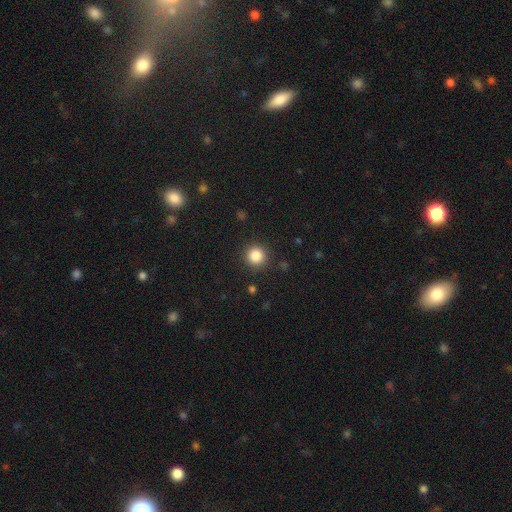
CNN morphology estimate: Smooth or featured: smooth — 85% (star or artifact — 11%)
How rounded: round — 94% (in between — 5%)
Merging: none — 90% (minor disturbance — 6%)